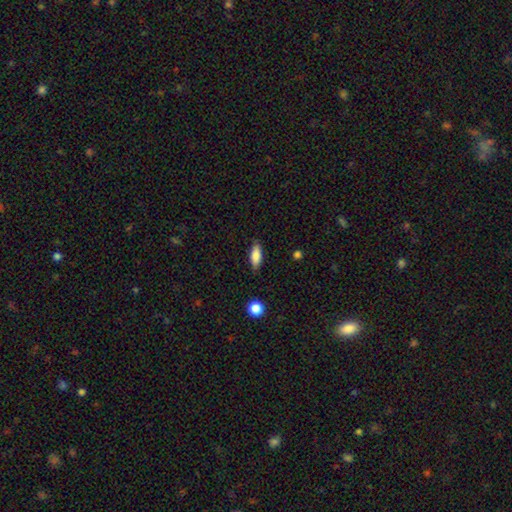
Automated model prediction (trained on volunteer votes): A smooth galaxy with no disk features (83%) that is in between round and cigar-shaped (74%). Merging: none (84%).